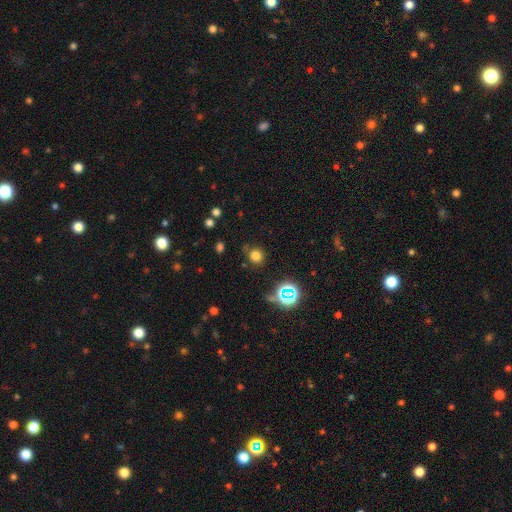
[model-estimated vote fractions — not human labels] Smooth or featured? Predicted: smooth (p=0.72). How rounded? Predicted: round (p=0.91). Merging? Predicted: none (p=0.80).